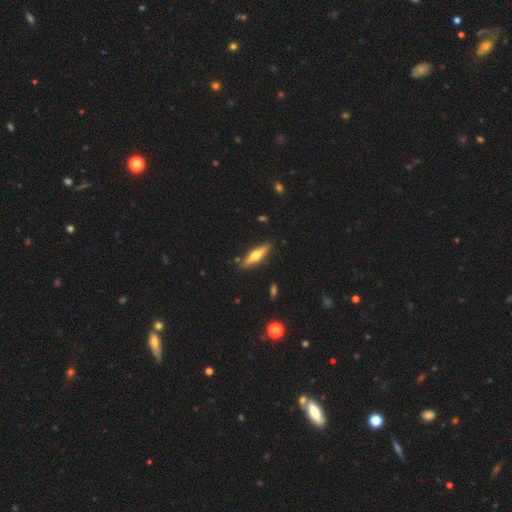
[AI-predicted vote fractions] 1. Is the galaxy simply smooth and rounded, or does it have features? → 48% featured or disk, 46% smooth, 6% star or artifact.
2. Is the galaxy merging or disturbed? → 86% none, 9% minor disturbance, 2% merger, 2% major disturbance.